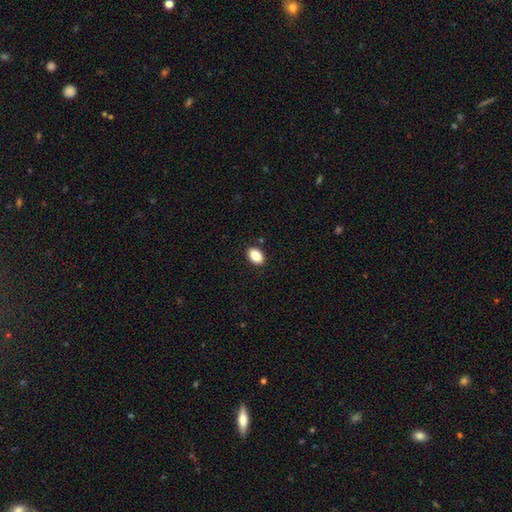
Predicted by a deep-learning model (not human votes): smooth_or_featured: smooth (p=0.87) [alt: star or artifact p=0.08]
how_rounded: in between (p=0.86) [alt: round p=0.13]
merging: none (p=0.89) [alt: minor disturbance p=0.08]